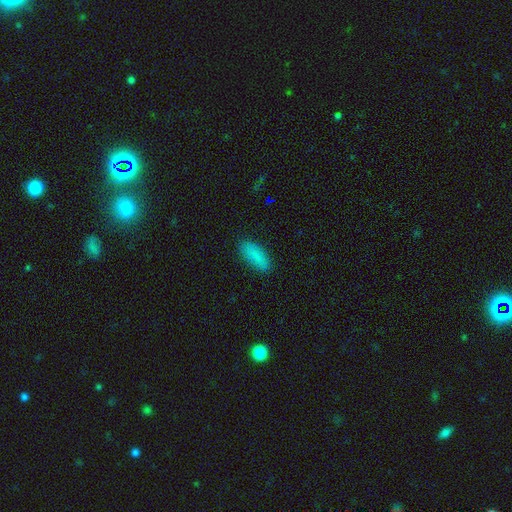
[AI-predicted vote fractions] Overall: smooth (85%). How rounded: in between (64%; cigar-shaped 34%). Merging: none (85%).